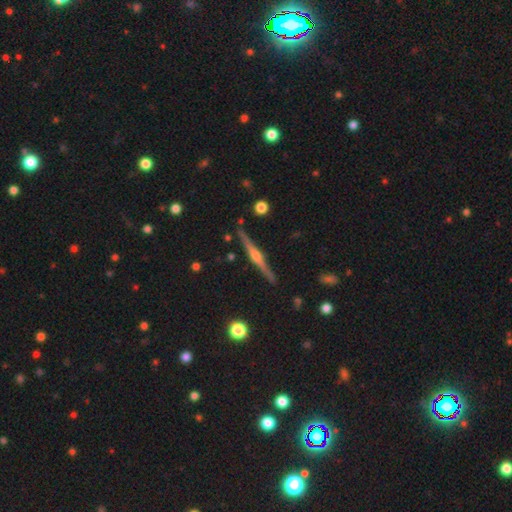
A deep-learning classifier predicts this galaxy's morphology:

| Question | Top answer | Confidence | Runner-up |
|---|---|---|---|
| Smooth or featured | featured or disk | 81% | smooth (13%) |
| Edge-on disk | yes | 98% | no (2%) |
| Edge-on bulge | rounded | 89% | boxy (6%) |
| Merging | none | 90% | minor disturbance (7%) |